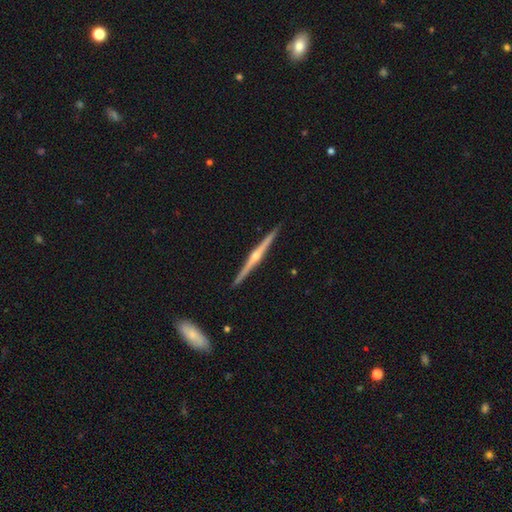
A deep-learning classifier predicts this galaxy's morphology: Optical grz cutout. It shows a featured or disk galaxy (82%) viewed edge-on (98%) with a rounded central bulge (85%). Merging: none (90%).